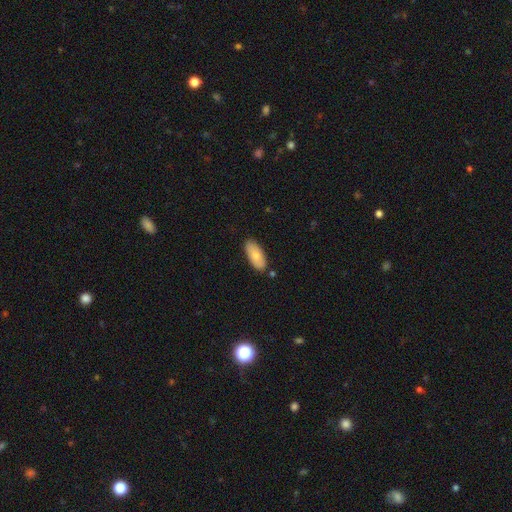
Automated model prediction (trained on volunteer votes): This is likely a smooth galaxy (77%). How rounded: clearly in between (87%). Merging: clearly none (84%).